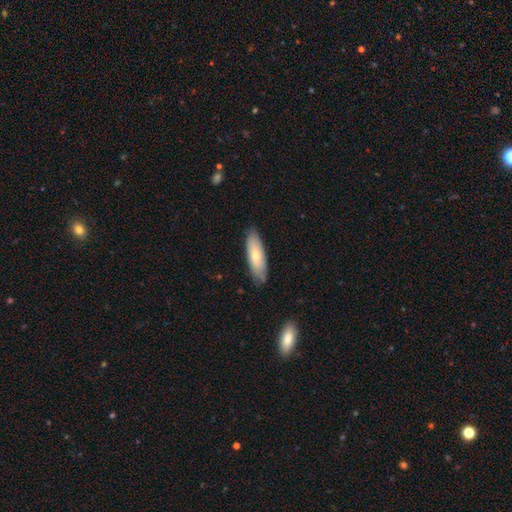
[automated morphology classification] Smooth or featured? Predicted: smooth (p=0.67). How rounded? Predicted: in between (p=0.54). Merging? Predicted: none (p=0.82).